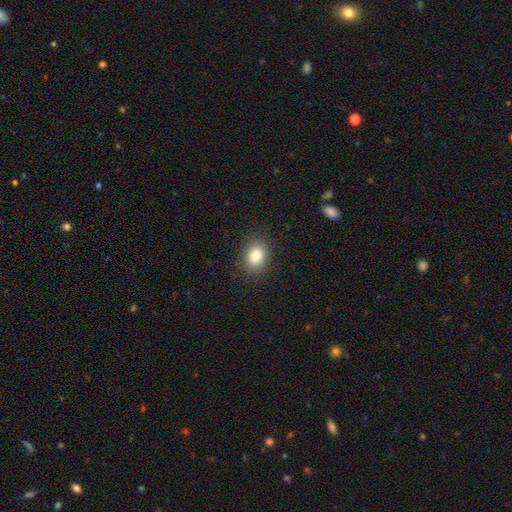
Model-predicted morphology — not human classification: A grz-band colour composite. It shows a smooth galaxy with no disk features (83%) that is in between round and cigar-shaped (59%). Merging: none (88%).